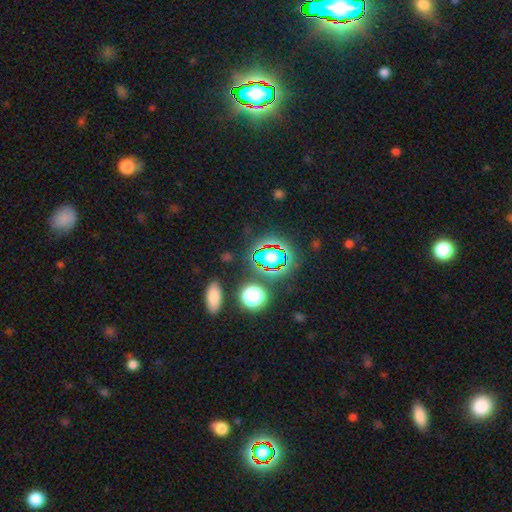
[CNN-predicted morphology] The model was most divided on "smooth or featured": star or artifact: 74%, smooth: 17%, featured or disk: 9%.